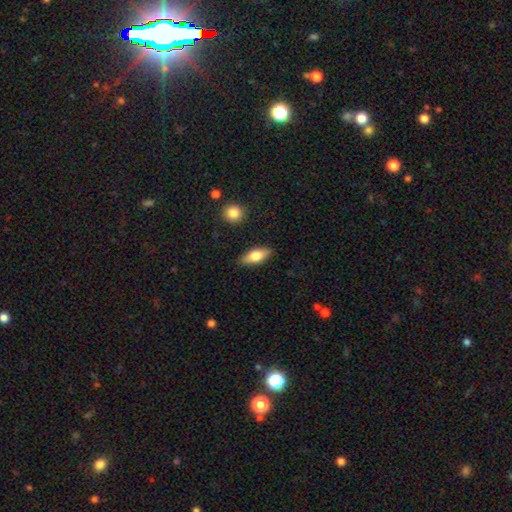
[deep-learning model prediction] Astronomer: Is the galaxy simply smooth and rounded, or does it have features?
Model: smooth — 70%.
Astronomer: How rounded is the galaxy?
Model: in between — 78%.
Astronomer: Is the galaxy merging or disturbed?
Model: none — 86%.